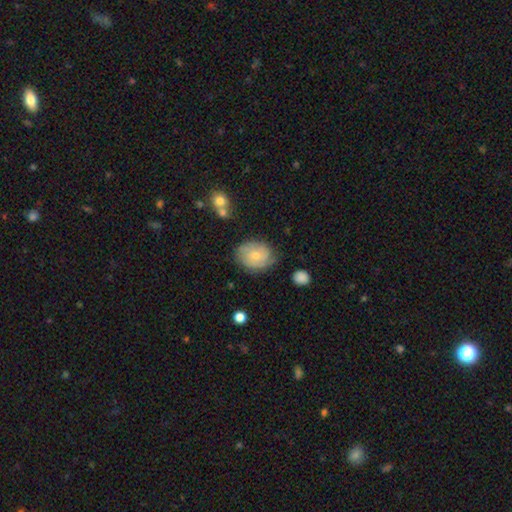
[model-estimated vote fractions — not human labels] A smooth galaxy with no disk features (52%) that is round (51%).

Vote fractions:
- Smooth or featured? smooth: 52% / featured or disk: 41% / star or artifact: 7%
- How rounded? round: 51% / in between: 48% / cigar-shaped: 1%
- Merging? none: 68% / minor disturbance: 23% / major disturbance: 6% / merger: 3%